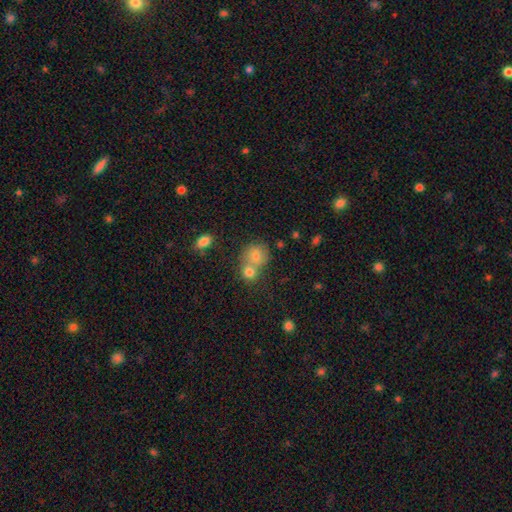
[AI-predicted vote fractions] Smooth or featured? Predicted: smooth (p=0.76). How rounded? Predicted: round (p=0.73). Merging? Predicted: merger (p=0.52).